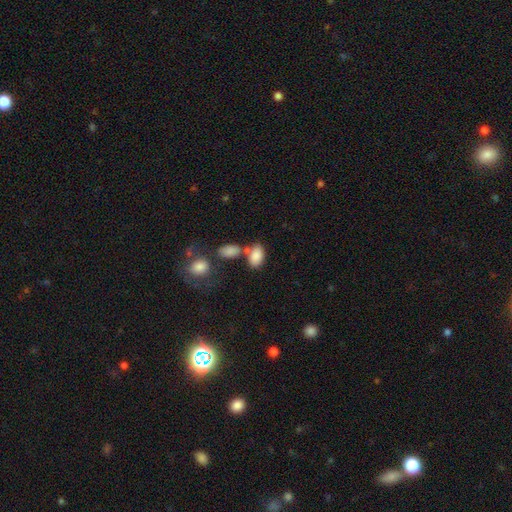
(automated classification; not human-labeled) This appears to be a smooth galaxy with no disk features (85%) that is in between round and cigar-shaped (92%). Merging: none (52%).